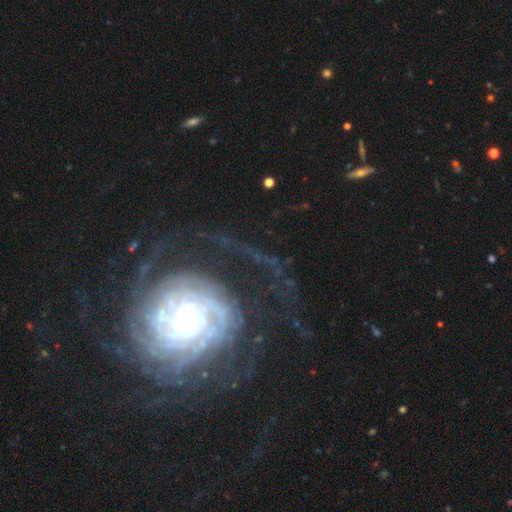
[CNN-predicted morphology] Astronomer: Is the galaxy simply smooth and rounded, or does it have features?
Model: featured or disk — 85%.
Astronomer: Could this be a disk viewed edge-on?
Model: no — 97%.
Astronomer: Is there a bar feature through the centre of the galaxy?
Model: no — 52% (runner-up: weak, 30%).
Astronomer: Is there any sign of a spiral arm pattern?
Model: yes — 96%.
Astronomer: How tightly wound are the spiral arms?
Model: tight — 71%.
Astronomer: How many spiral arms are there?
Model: can't tell — 30% (runner-up: 2, 17%).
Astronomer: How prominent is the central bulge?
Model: small — 53% (runner-up: moderate, 36%).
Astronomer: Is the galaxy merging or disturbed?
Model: none — 66%.